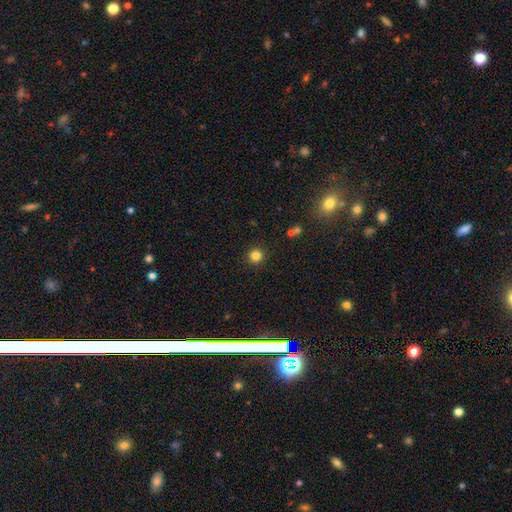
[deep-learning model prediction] smooth-or-featured: smooth: 83% | star or artifact: 13% | featured or disk: 5%
  how-rounded: round: 95% | in between: 4% | cigar-shaped: 1%
  merging: none: 92% | minor disturbance: 5% | major disturbance: 2% | merger: 1%